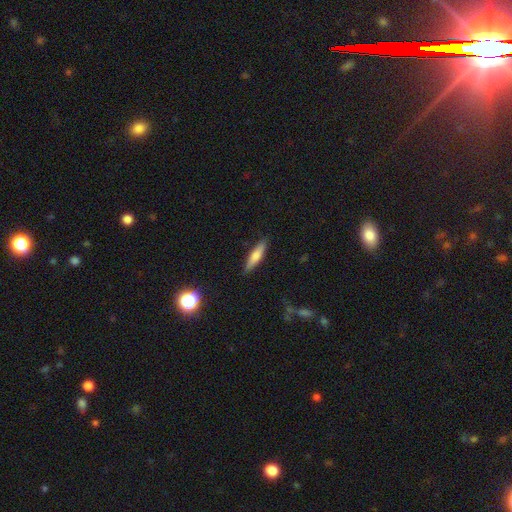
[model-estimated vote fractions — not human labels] The model was most divided on "smooth or featured": smooth: 64%, featured or disk: 29%, star or artifact: 7%. More confident: merging — none (88%); how rounded — cigar-shaped (79%).